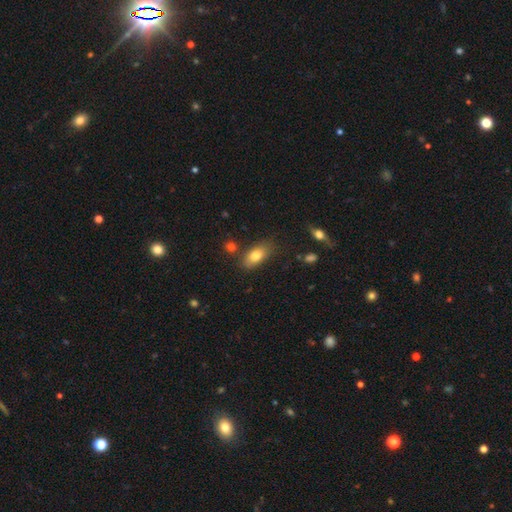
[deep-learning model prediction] Smooth or featured?
  - smooth: 79% *
  - featured or disk: 13%
  - star or artifact: 8%
How rounded?
  - in between: 85% *
  - cigar-shaped: 8%
  - round: 6%
Merging?
  - none: 74% *
  - minor disturbance: 17%
  - merger: 5%
  - major disturbance: 4%